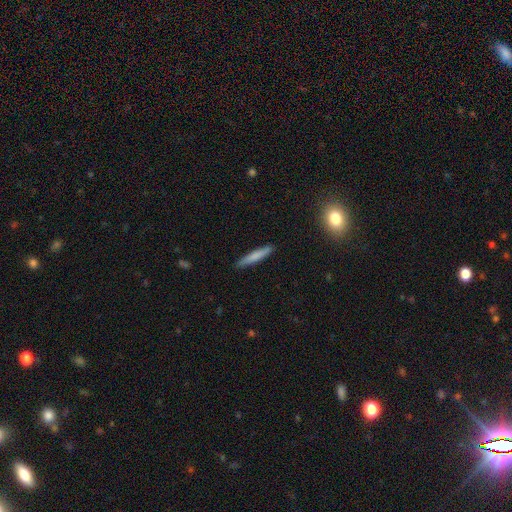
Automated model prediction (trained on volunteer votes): A smooth galaxy with no disk features (75%) that is cigar-shaped (93%). Merging: none (88%).